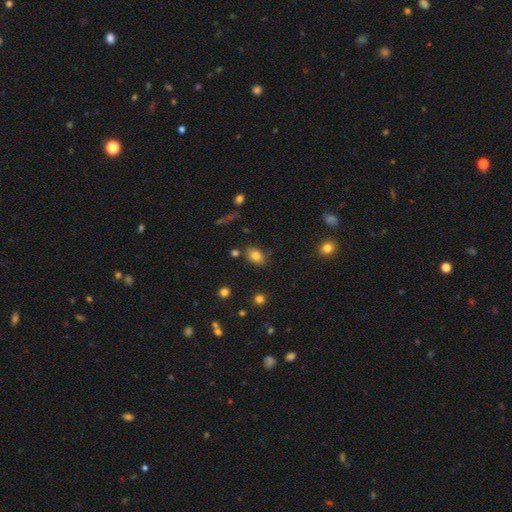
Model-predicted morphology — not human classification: smooth_or_featured: smooth (p=0.80) [alt: star or artifact p=0.10]
how_rounded: in between (p=0.82) [alt: round p=0.17]
merging: none (p=0.78) [alt: minor disturbance p=0.14]